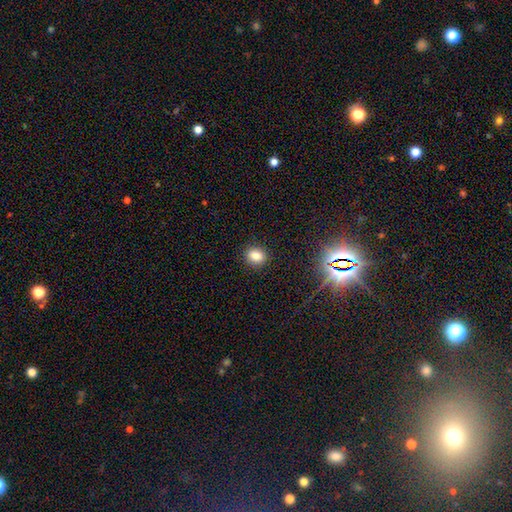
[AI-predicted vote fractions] This appears to be a smooth galaxy with no disk features (82%) that is round (56%). Merging: none (89%).